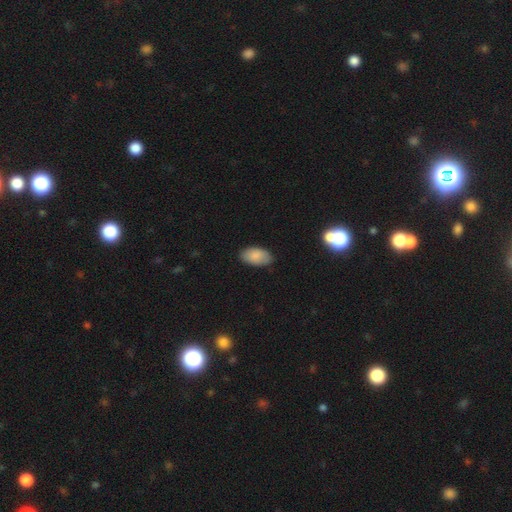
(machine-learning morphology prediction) A smooth galaxy with no disk features (86%) that is in between round and cigar-shaped (95%).

Vote fractions:
- Smooth or featured? smooth: 86% / star or artifact: 7% / featured or disk: 7%
- How rounded? in between: 95% / round: 3% / cigar-shaped: 2%
- Merging? none: 82% / minor disturbance: 14% / major disturbance: 2% / merger: 1%